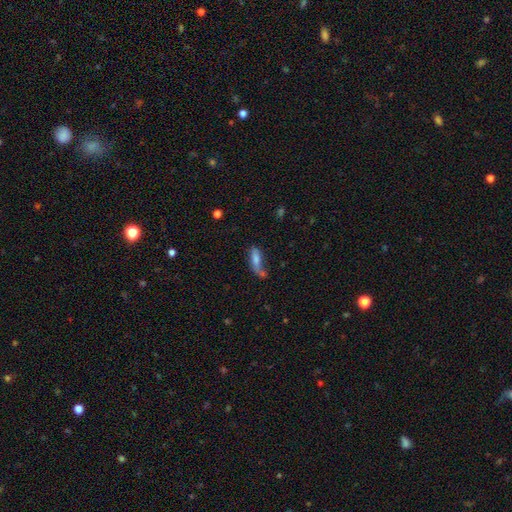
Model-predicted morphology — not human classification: Smooth or featured? smooth (46%)
Merging? none (42%)